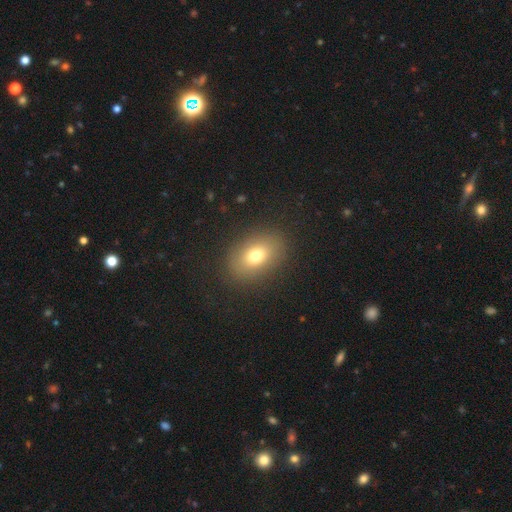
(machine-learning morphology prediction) The model was most divided on "how rounded": in between: 76%, round: 23%, cigar-shaped: 1%. More confident: merging — none (87%); smooth or featured — smooth (74%).